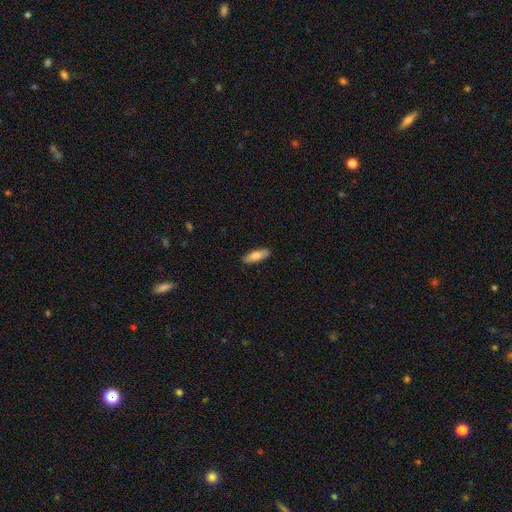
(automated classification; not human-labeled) Overall: smooth (79%). How rounded: in between (50%; cigar-shaped 48%). Merging: none (89%).